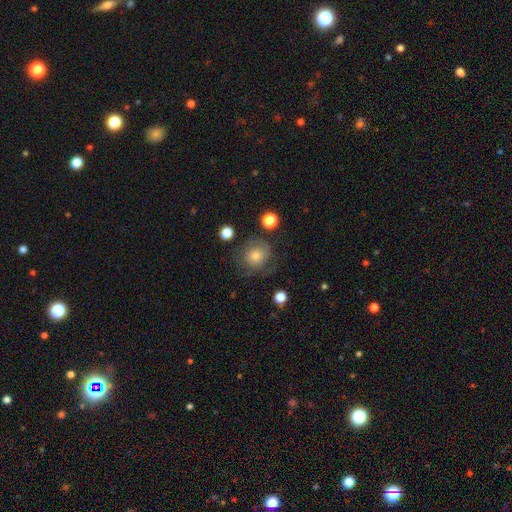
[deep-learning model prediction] A smooth galaxy with no disk features (55%) that is round (84%).

Vote fractions:
- Smooth or featured? smooth: 55% / featured or disk: 33% / star or artifact: 12%
- How rounded? round: 84% / in between: 15% / cigar-shaped: 1%
- Merging? none: 65% / minor disturbance: 19% / major disturbance: 13% / merger: 2%